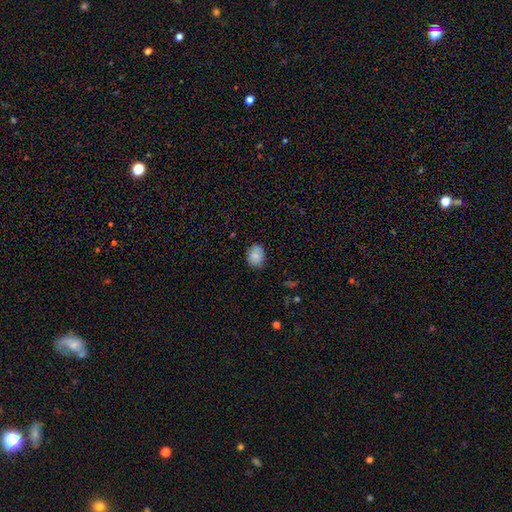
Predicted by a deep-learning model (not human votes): Smooth or featured?
  - smooth: 85% *
  - star or artifact: 8%
  - featured or disk: 7%
How rounded?
  - in between: 52% *
  - round: 47%
  - cigar-shaped: 1%
Merging?
  - none: 80% *
  - minor disturbance: 16%
  - major disturbance: 3%
  - merger: 1%